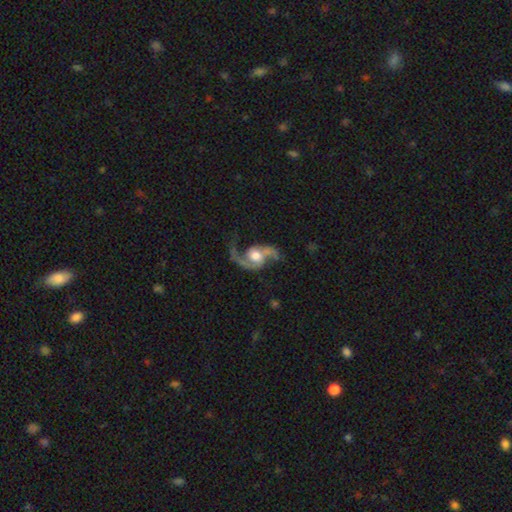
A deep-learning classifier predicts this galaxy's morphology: Q: Smooth or featured?
A: featured or disk (91%); runner-up: smooth (5%)
Q: Edge-on disk?
A: no (97%); runner-up: yes (3%)
Q: Bar?
A: no (62%); runner-up: weak (29%)
Q: Spiral arms?
A: yes (97%); runner-up: no (3%)
Q: Spiral winding?
A: loose (58%); runner-up: medium (36%)
Q: Spiral arm count?
A: 2 (93%); runner-up: 1 (2%)
Q: Bulge size?
A: moderate (58%); runner-up: large (29%)
Q: Merging?
A: none (65%); runner-up: minor disturbance (17%)